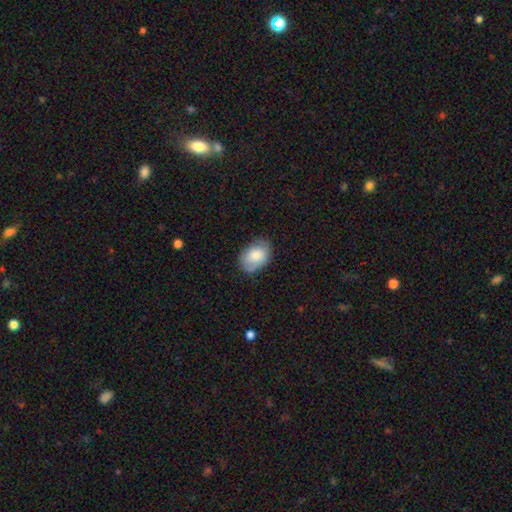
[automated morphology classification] smooth 78%, featured or disk 16%, star or artifact 7%. Down the decision tree: how rounded — in between (82%); merging — none (73%).